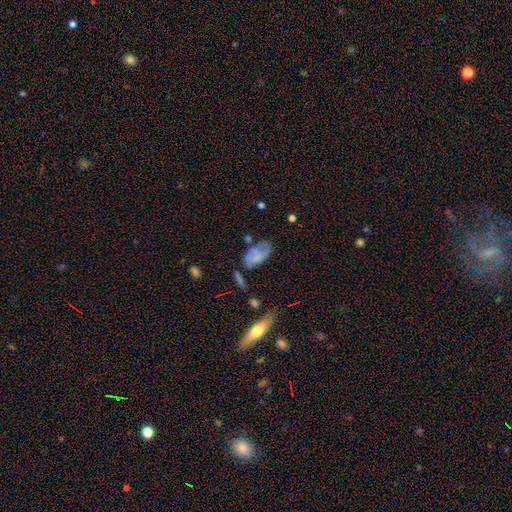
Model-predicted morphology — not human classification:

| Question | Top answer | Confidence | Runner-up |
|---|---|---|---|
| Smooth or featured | smooth | 49% | featured or disk (40%) |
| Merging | none | 38% | minor disturbance (28%) |